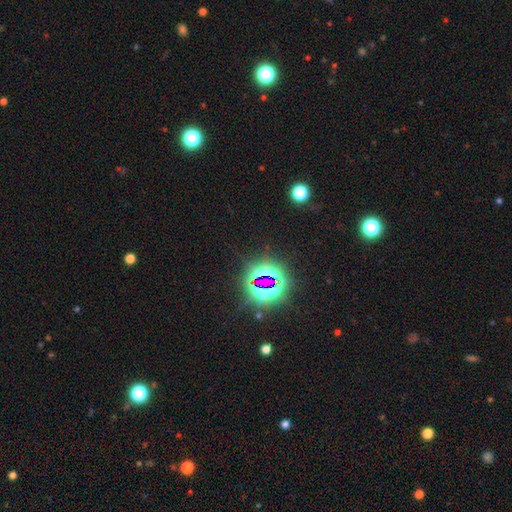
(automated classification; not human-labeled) smooth-or-featured: star or artifact: 79% | smooth: 12% | featured or disk: 9%